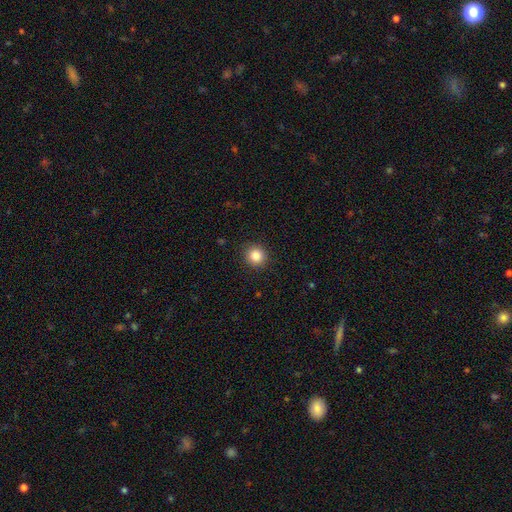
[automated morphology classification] Smooth or featured?
  - smooth: 85% *
  - star or artifact: 10%
  - featured or disk: 5%
How rounded?
  - round: 92% *
  - in between: 7%
  - cigar-shaped: 1%
Merging?
  - none: 92% *
  - minor disturbance: 5%
  - major disturbance: 2%
  - merger: 1%